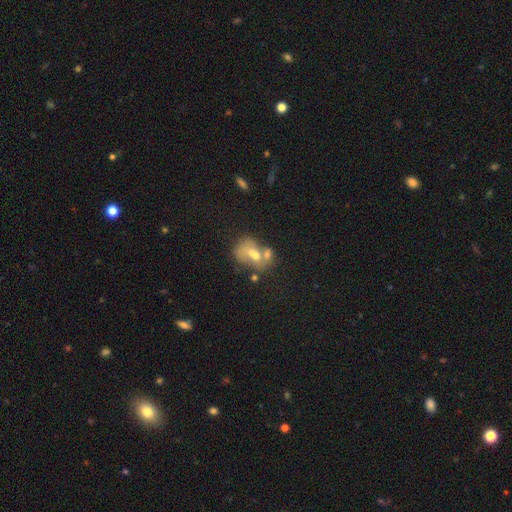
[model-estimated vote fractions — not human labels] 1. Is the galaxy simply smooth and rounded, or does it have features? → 52% smooth, 35% featured or disk, 13% star or artifact.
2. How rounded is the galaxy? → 65% in between, 33% round, 2% cigar-shaped.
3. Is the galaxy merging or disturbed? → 51% merger, 27% none, 13% minor disturbance, 9% major disturbance.